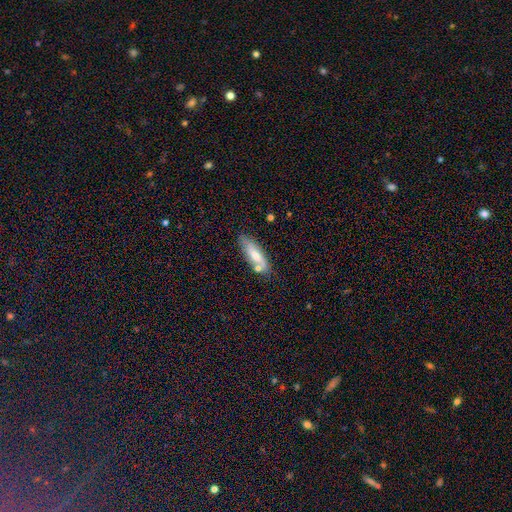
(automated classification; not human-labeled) smooth_or_featured: smooth (p=0.63) [alt: featured or disk p=0.30]
how_rounded: in between (p=0.53) [alt: cigar-shaped p=0.45]
merging: none (p=0.69) [alt: minor disturbance p=0.17]